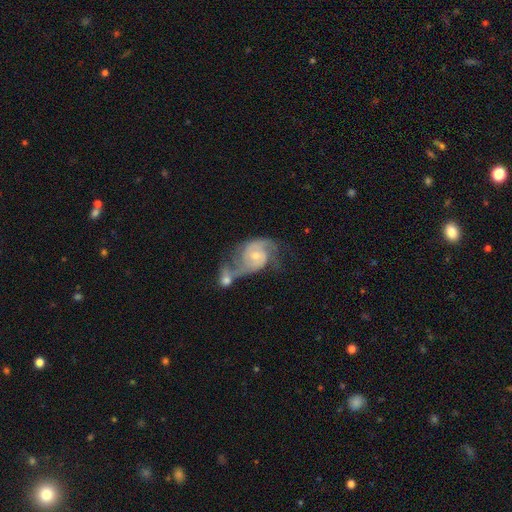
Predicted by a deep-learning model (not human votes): A featured or disk galaxy (87%) with no bar (62%), 2 (85%) medium (50%) spiral arms (96%) and a small central bulge (53%). Merging: merger (43%).